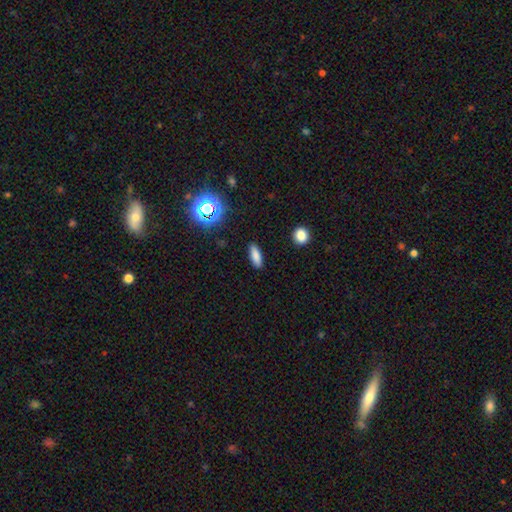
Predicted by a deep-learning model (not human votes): A smooth galaxy with no disk features (80%) that is in between round and cigar-shaped (60%).

Vote fractions:
- Smooth or featured? smooth: 80% / star or artifact: 12% / featured or disk: 8%
- How rounded? in between: 60% / cigar-shaped: 36% / round: 4%
- Merging? none: 89% / minor disturbance: 8% / major disturbance: 2% / merger: 1%